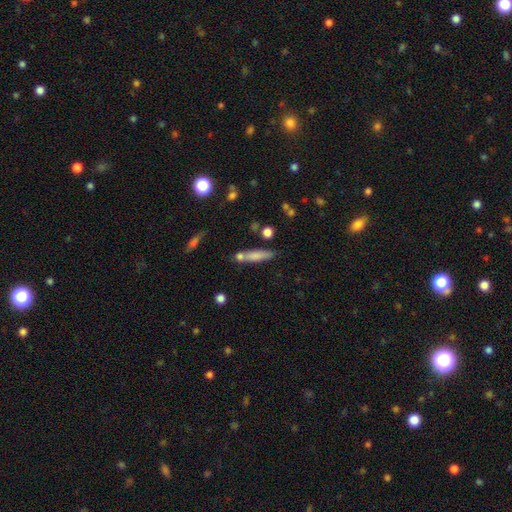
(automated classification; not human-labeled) The model was most divided on "merging": none: 65%, merger: 17%, minor disturbance: 14%, major disturbance: 4%. More confident: how rounded — cigar-shaped (82%); smooth or featured — smooth (73%).